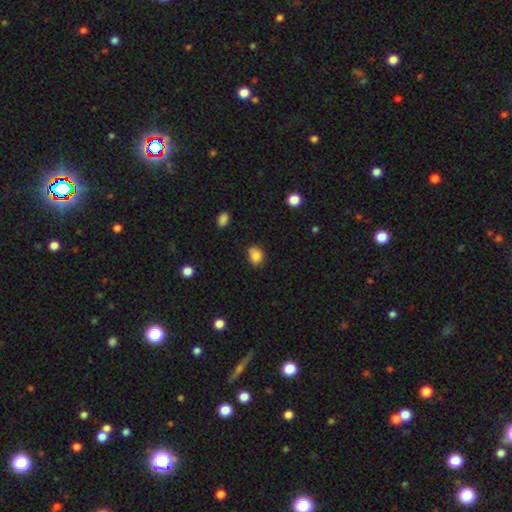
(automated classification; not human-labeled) Smooth or featured? Predicted: smooth (p=0.84). How rounded? Predicted: round (p=0.53). Merging? Predicted: none (p=0.72).